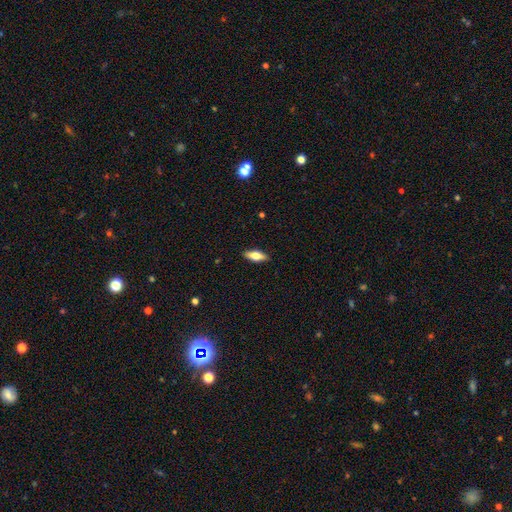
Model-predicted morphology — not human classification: smooth 62%, featured or disk 32%, star or artifact 6%. Down the decision tree: how rounded — in between (70%); merging — none (89%).